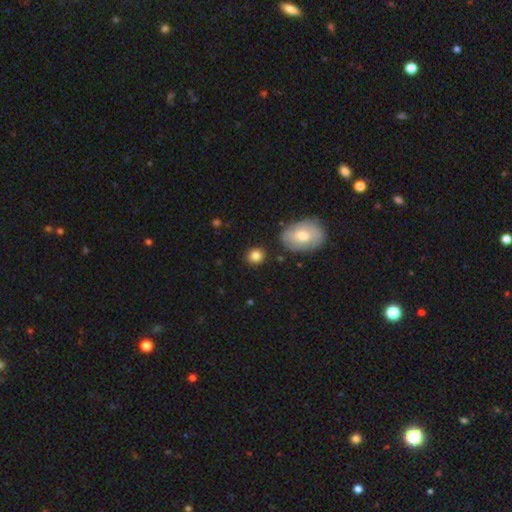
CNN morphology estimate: A smooth galaxy with no disk features (83%) that is round (77%). Merging: none (83%).